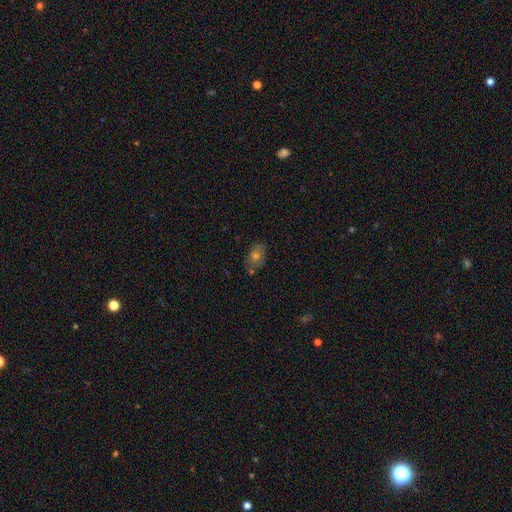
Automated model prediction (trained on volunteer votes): This is likely a smooth galaxy (62%). How rounded: likely in between (73%). Merging: likely none (76%).